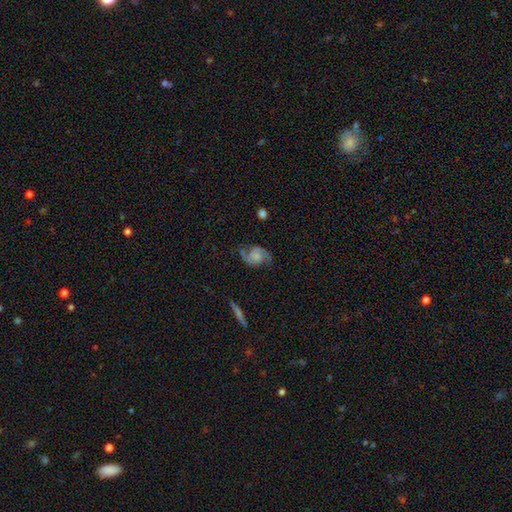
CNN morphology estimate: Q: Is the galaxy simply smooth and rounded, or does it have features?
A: featured or disk — 86%.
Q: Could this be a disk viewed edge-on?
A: no — 98%.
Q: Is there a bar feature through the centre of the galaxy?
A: no — 64%.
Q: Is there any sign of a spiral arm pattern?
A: yes — 97%.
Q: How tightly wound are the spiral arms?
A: medium — 52%.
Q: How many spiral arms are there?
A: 2 — 93%.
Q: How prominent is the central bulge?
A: none — 42%.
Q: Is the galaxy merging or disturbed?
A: none — 75%.